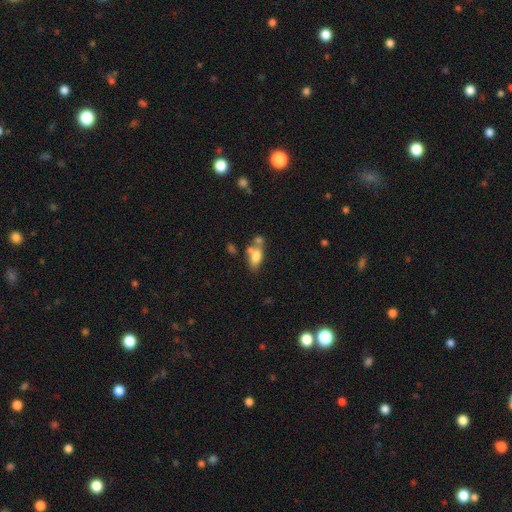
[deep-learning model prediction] This appears to be a smooth galaxy with no disk features (72%) that is in between round and cigar-shaped (83%). Merging: none (42%).